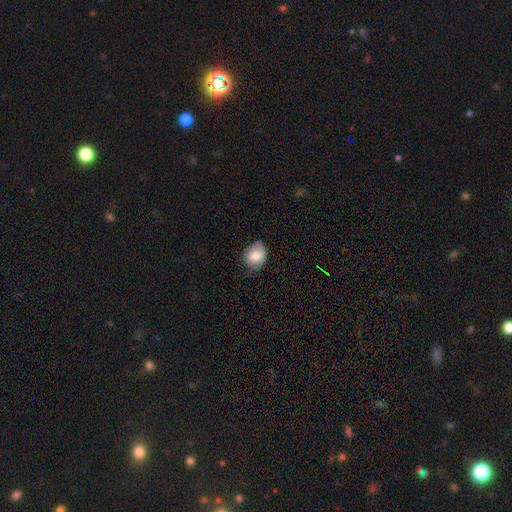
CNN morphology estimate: A smooth galaxy with no disk features (78%) that is round (50%). Merging: none (72%).